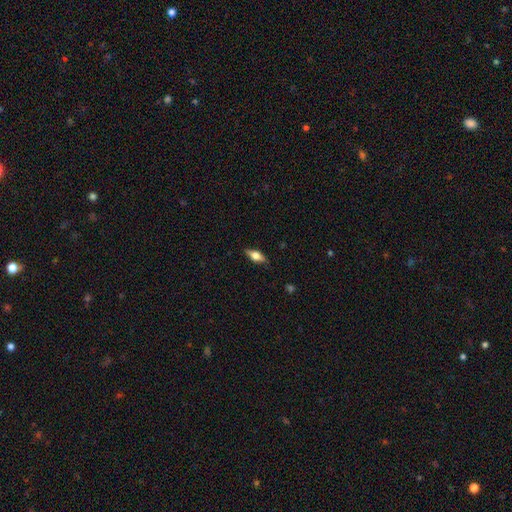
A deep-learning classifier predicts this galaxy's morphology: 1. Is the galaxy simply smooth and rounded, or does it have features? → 51% smooth, 42% featured or disk, 7% star or artifact.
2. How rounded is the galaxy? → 69% in between, 27% cigar-shaped, 4% round.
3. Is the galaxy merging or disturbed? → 85% none, 11% minor disturbance, 2% major disturbance, 1% merger.